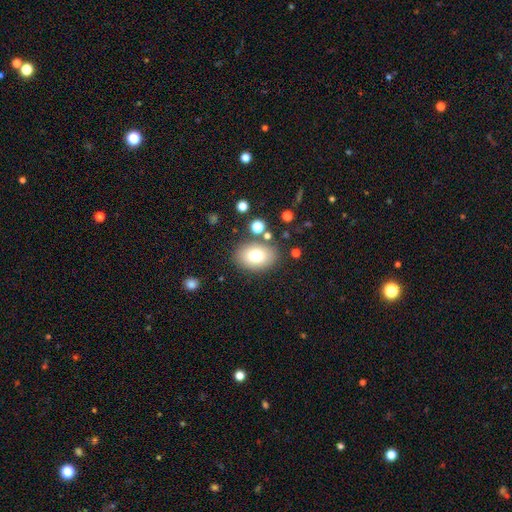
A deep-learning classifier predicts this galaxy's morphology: type=smooth (76%); roundness=in between (76%); merging=none (81%).